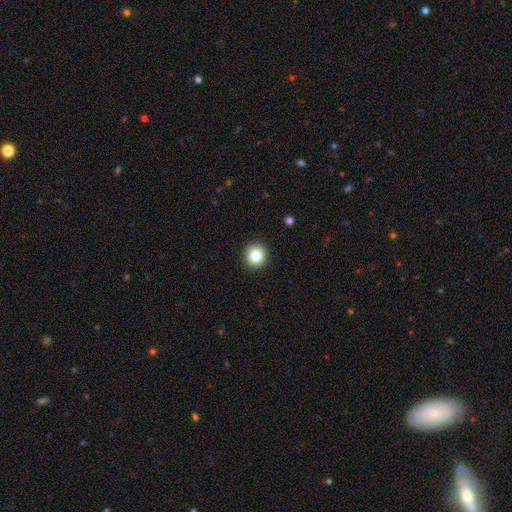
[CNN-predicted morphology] Smooth or featured?
  - smooth: 86% *
  - star or artifact: 10%
  - featured or disk: 5%
How rounded?
  - round: 90% *
  - in between: 9%
  - cigar-shaped: 1%
Merging?
  - none: 92% *
  - minor disturbance: 5%
  - major disturbance: 2%
  - merger: 1%